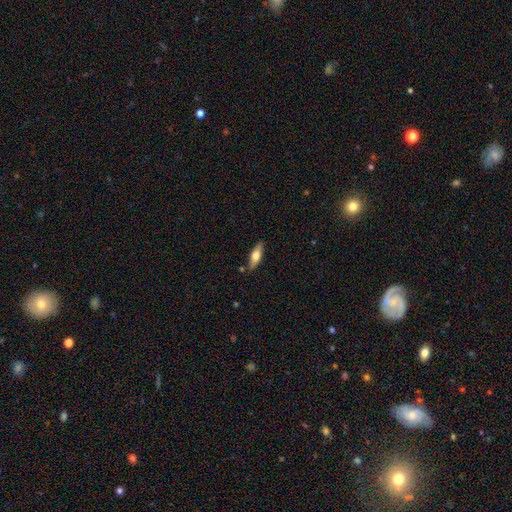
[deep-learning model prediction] smooth-or-featured: smooth: 59% | featured or disk: 35% | star or artifact: 6%
  how-rounded: in between: 50% | cigar-shaped: 47% | round: 2%
  merging: none: 83% | minor disturbance: 12% | merger: 3% | major disturbance: 2%